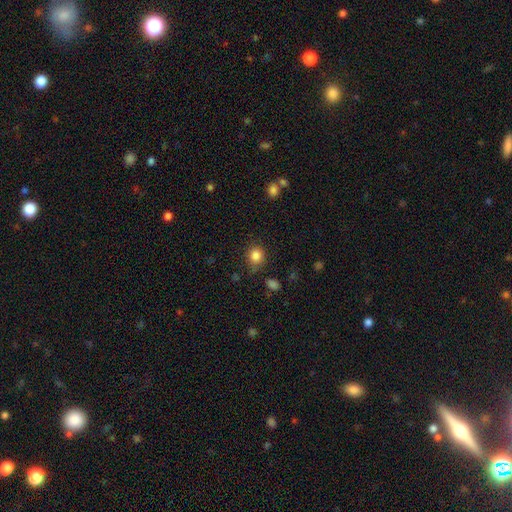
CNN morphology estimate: Smooth or featured: smooth — 85% (star or artifact — 11%)
How rounded: round — 82% (in between — 17%)
Merging: none — 80% (minor disturbance — 14%)